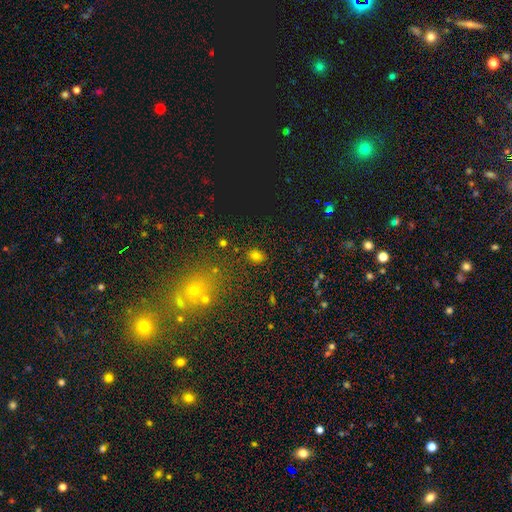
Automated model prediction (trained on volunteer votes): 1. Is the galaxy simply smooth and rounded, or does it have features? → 73% smooth, 20% star or artifact, 7% featured or disk.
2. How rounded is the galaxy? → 64% in between, 34% round, 2% cigar-shaped.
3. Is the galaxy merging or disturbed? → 85% none, 9% minor disturbance, 3% major disturbance, 2% merger.